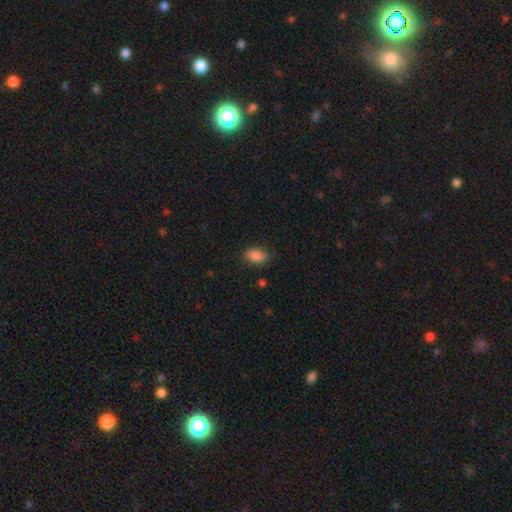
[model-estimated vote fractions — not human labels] This appears to be a smooth galaxy with no disk features (87%) that is in between round and cigar-shaped (89%). Merging: none (82%).